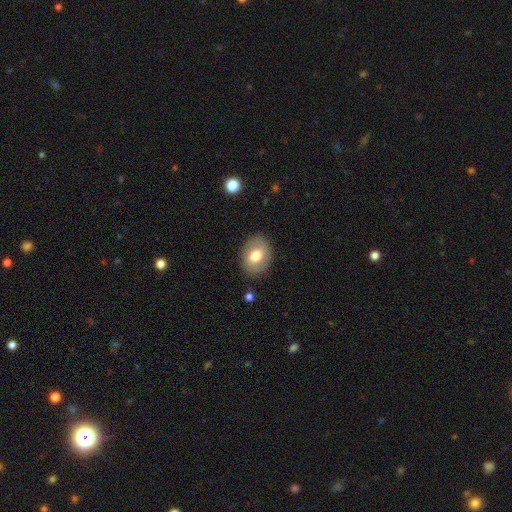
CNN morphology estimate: The model was most divided on "how rounded": in between: 66%, round: 33%, cigar-shaped: 1%. More confident: merging — none (85%); smooth or featured — smooth (70%).